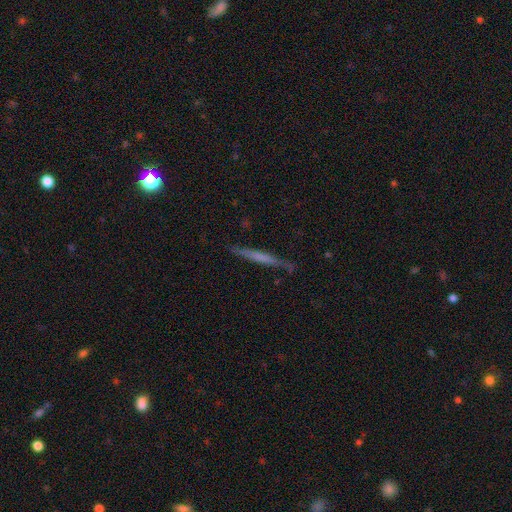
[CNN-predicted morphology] This appears to be a featured or disk galaxy (53%) viewed edge-on (96%) with no central bulge (70%). Merging: none (85%).